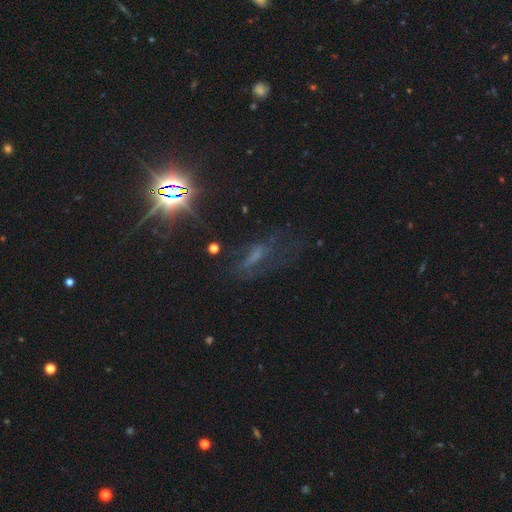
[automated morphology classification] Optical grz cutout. It shows a featured or disk galaxy (40%). Merging: none (46%).